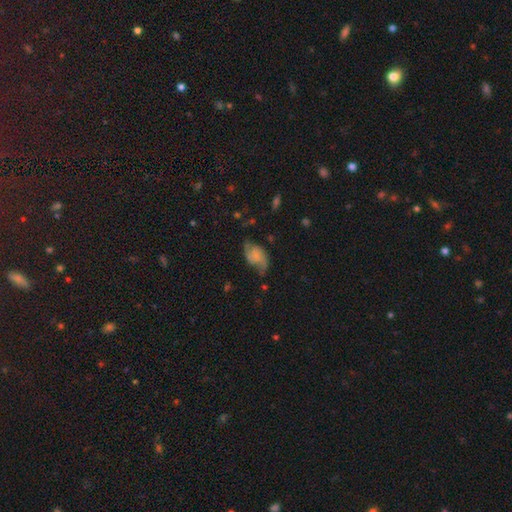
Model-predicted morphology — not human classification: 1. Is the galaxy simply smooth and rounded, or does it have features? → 52% featured or disk, 38% smooth, 10% star or artifact.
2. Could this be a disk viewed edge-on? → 96% no, 4% yes.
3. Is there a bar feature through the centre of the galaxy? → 67% no, 26% weak, 7% strong.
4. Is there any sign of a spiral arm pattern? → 86% yes, 14% no.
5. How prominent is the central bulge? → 61% none, 18% small, 9% moderate, 8% large, 4% dominant.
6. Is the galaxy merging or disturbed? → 50% none, 28% minor disturbance, 18% major disturbance, 3% merger.